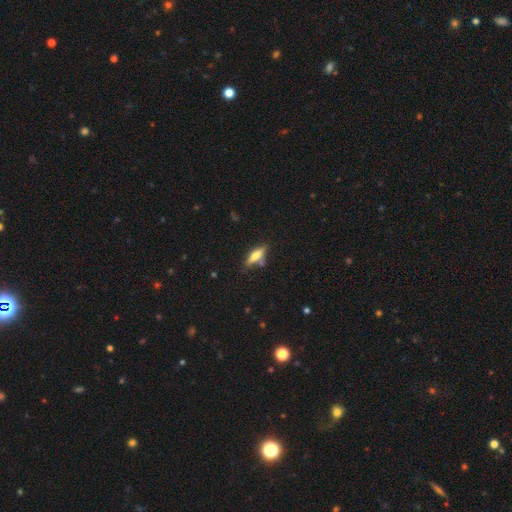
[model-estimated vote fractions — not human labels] A smooth galaxy with no disk features (55%) that is cigar-shaped (56%). Merging: none (68%).